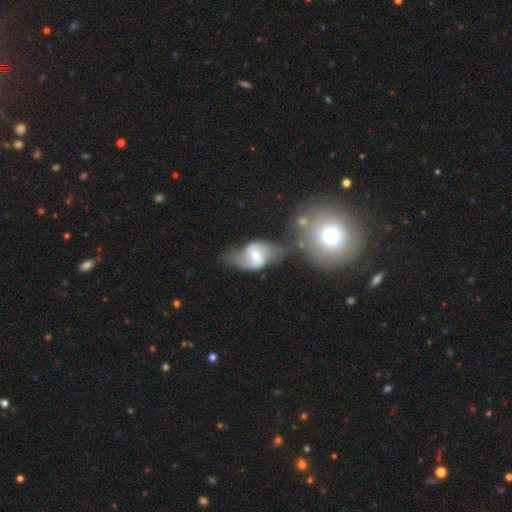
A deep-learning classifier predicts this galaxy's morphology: featured or disk 74%, smooth 19%, star or artifact 6%. Down the decision tree: edge-on disk — no (95%); bar — weak (44%); spiral arms — yes (82%); spiral arm count — 2 (87%); spiral winding — loose (64%); bulge size — moderate (53%); merging — none (39%).